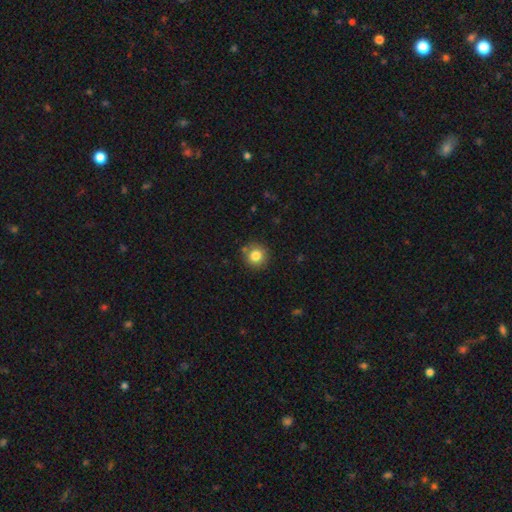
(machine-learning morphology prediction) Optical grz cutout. It shows a smooth galaxy with no disk features (82%) that is round (92%). Merging: none (84%).